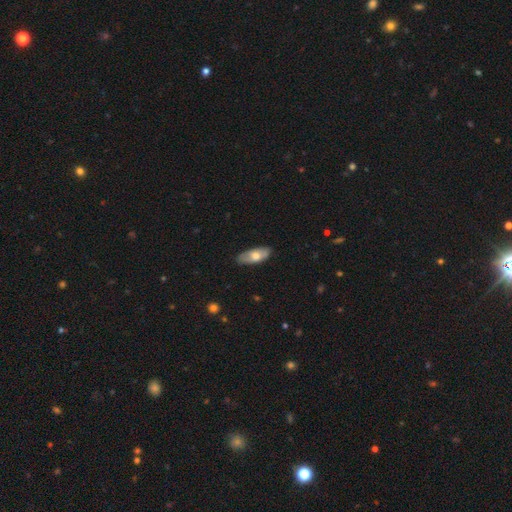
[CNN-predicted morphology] Smooth or featured?
  - smooth: 64% *
  - featured or disk: 30%
  - star or artifact: 6%
How rounded?
  - in between: 82% *
  - cigar-shaped: 15%
  - round: 2%
Merging?
  - none: 82% *
  - minor disturbance: 14%
  - major disturbance: 2%
  - merger: 1%